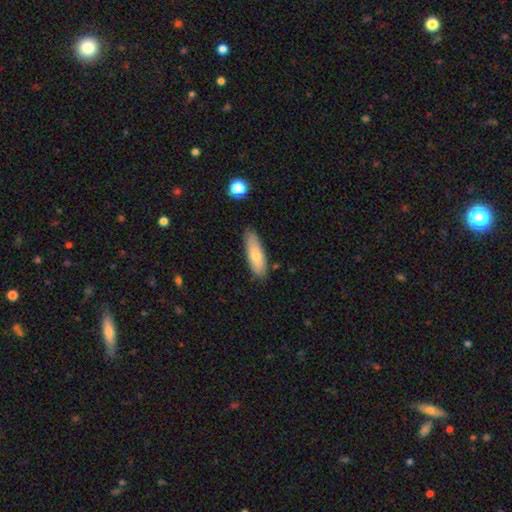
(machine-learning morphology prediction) smooth-or-featured: smooth: 70% | featured or disk: 23% | star or artifact: 6%
  how-rounded: in between: 53% | cigar-shaped: 44% | round: 2%
  merging: none: 82% | minor disturbance: 14% | major disturbance: 2% | merger: 2%